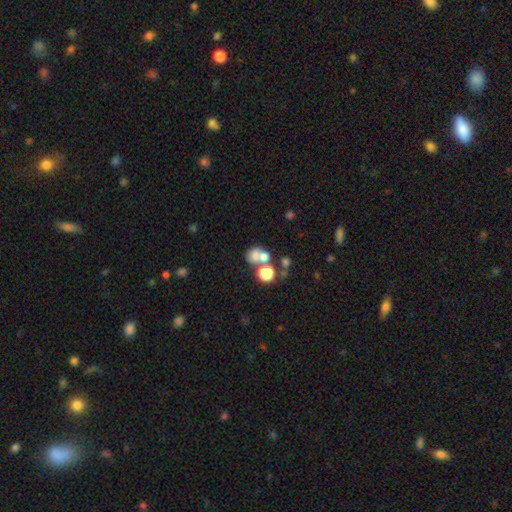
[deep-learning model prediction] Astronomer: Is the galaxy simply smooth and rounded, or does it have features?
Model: smooth — 65%.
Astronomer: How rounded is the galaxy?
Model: round — 66%.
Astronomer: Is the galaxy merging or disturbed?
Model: merger — 50% (runner-up: none, 34%).